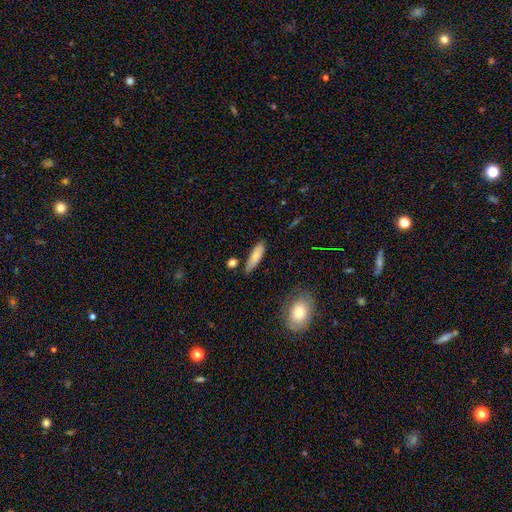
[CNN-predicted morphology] smooth-or-featured: smooth: 80% | featured or disk: 13% | star or artifact: 7%
  how-rounded: cigar-shaped: 52% | in between: 46% | round: 2%
  merging: none: 79% | minor disturbance: 14% | merger: 4% | major disturbance: 3%